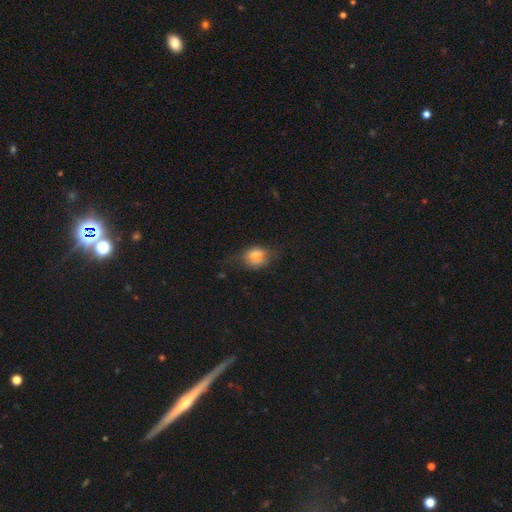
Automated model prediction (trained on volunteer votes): Smooth or featured? smooth (73%)
How rounded? in between (53%)
Merging? none (58%)